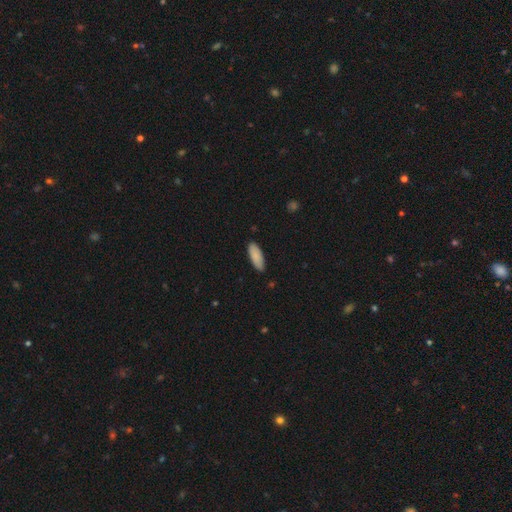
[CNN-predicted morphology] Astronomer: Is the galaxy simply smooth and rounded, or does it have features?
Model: smooth — 88%.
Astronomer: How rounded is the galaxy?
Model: in between — 72%.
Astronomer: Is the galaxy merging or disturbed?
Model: none — 86%.